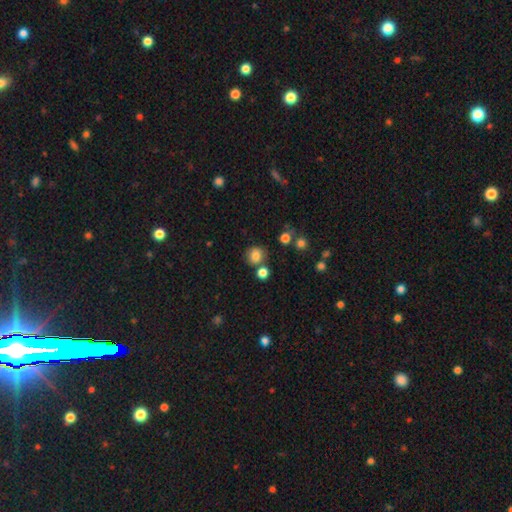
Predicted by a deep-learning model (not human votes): Morphology: type=smooth (82%); roundness=round (86%); merging=none (75%).